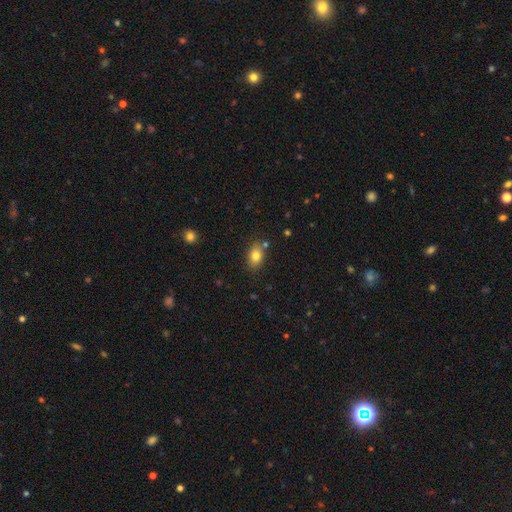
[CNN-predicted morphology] A smooth galaxy with no disk features (80%) that is in between round and cigar-shaped (80%). Merging: none (78%).